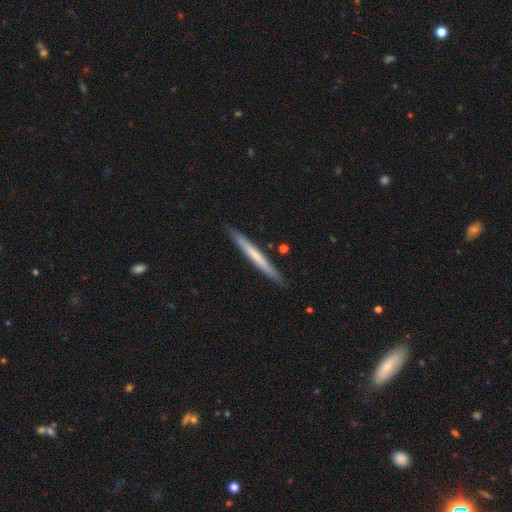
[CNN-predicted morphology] This is possibly a smooth galaxy (53%). How rounded: clearly cigar-shaped (97%). Merging: clearly none (89%).